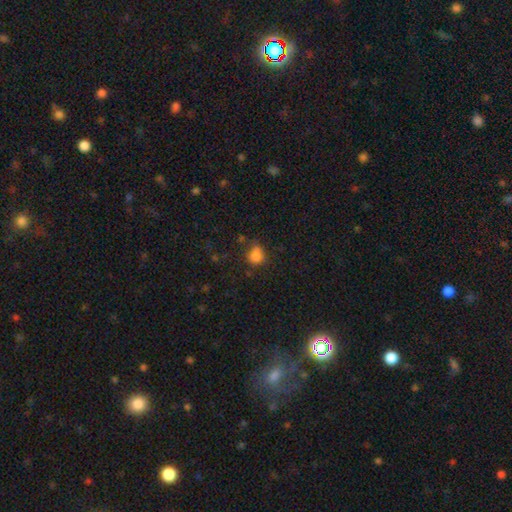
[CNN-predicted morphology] The model was most divided on "merging": none: 48%, minor disturbance: 26%, merger: 15%, major disturbance: 12%. More confident: smooth or featured — smooth (78%); how rounded — round (63%).